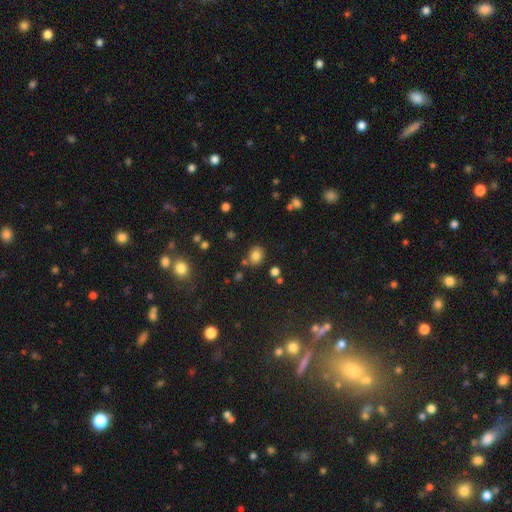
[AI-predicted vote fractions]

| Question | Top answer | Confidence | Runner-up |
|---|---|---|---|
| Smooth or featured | smooth | 80% | star or artifact (13%) |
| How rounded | round | 59% | in between (40%) |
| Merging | none | 77% | minor disturbance (12%) |